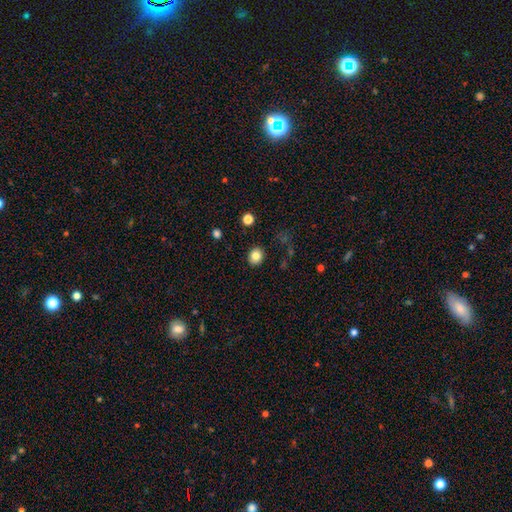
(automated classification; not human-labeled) This is clearly a smooth galaxy (82%). How rounded: likely round (67%). Merging: clearly none (89%).